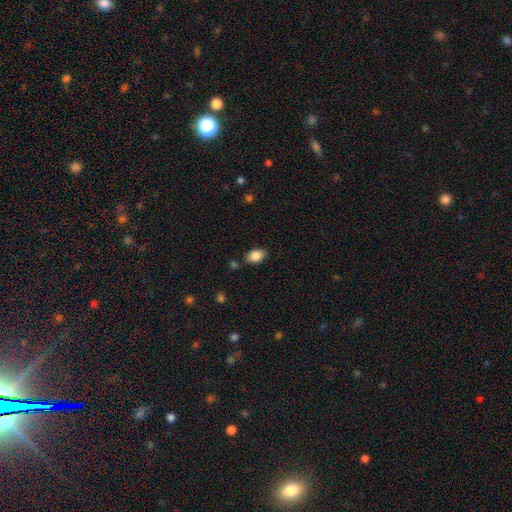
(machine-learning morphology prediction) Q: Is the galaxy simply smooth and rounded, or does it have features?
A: smooth — 86%.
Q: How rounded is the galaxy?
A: in between — 86%.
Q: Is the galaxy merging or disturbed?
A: none — 82%.